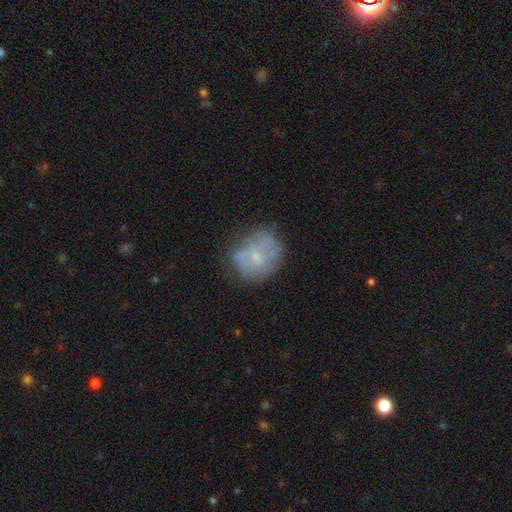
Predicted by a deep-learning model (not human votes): A smooth galaxy with no disk features (45%, tied with featured or disk).

Vote fractions:
- Smooth or featured? smooth: 45% (tied) / featured or disk: 45% (tied) / star or artifact: 9%
- Merging? none: 58% / minor disturbance: 25% / major disturbance: 13% / merger: 4%